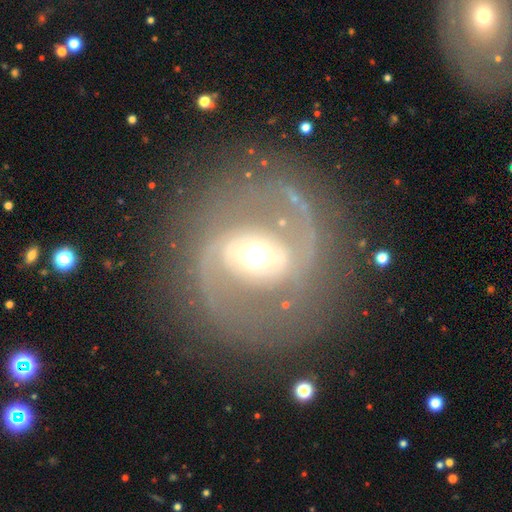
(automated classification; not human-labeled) Overall: featured or disk (83%). Edge-on disk: no (97%). Bar: no (37%; weak 32%). Spiral arms: yes (84%). Spiral arm count: 2 (88%). Spiral winding: medium (50%; loose 28%). Bulge size: moderate (61%). Merging: none (72%).